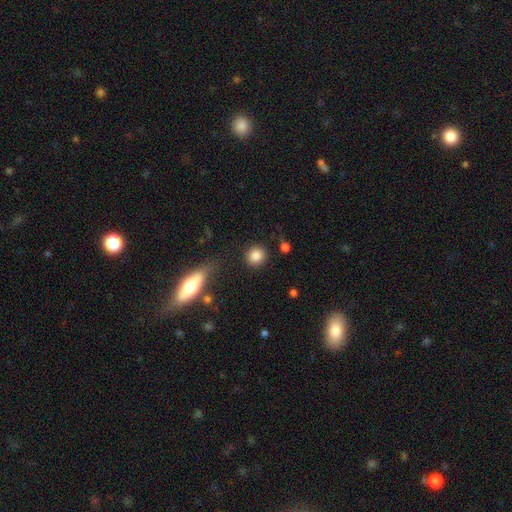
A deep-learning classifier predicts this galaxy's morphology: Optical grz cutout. It shows a smooth galaxy with no disk features (85%) that is round (88%). Merging: none (85%).